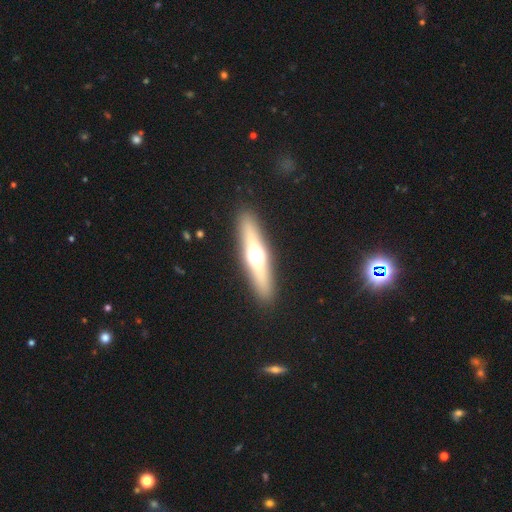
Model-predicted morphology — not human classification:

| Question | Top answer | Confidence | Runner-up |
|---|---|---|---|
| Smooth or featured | featured or disk | 54% | smooth (38%) |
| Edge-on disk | yes | 88% | no (12%) |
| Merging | none | 90% | minor disturbance (7%) |